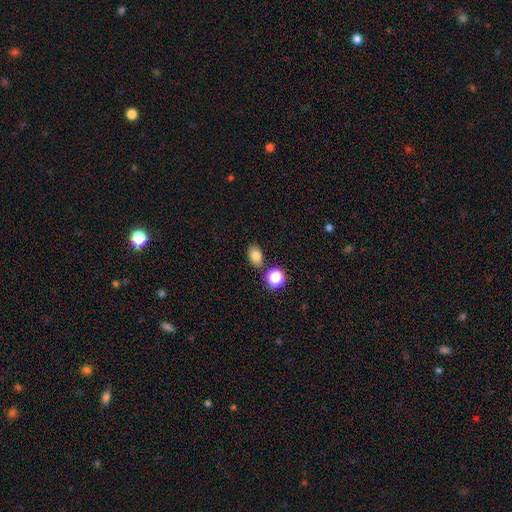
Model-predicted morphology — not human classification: Smooth or featured: smooth — 78% (star or artifact — 14%)
How rounded: in between — 75% (round — 24%)
Merging: none — 79% (minor disturbance — 11%)